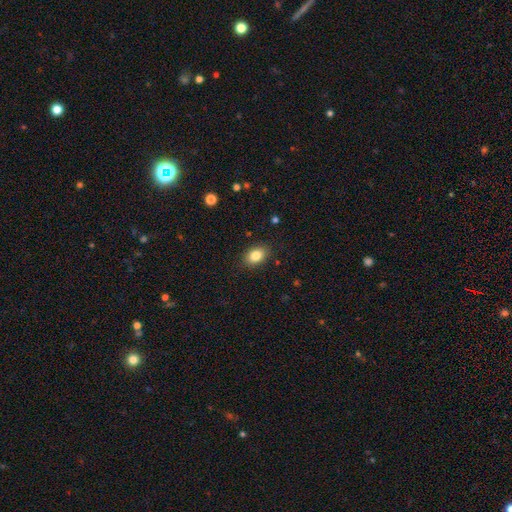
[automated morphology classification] Smooth or featured?
  - smooth: 84% *
  - star or artifact: 9%
  - featured or disk: 7%
How rounded?
  - in between: 79% *
  - round: 19%
  - cigar-shaped: 1%
Merging?
  - none: 87% *
  - minor disturbance: 10%
  - major disturbance: 2%
  - merger: 1%